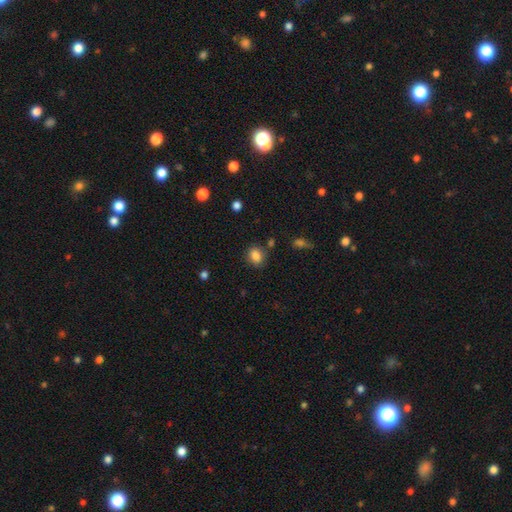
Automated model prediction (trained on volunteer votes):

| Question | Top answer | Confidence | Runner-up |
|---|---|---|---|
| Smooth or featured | smooth | 85% | star or artifact (10%) |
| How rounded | in between | 50% | round (48%) |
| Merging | none | 80% | minor disturbance (12%) |